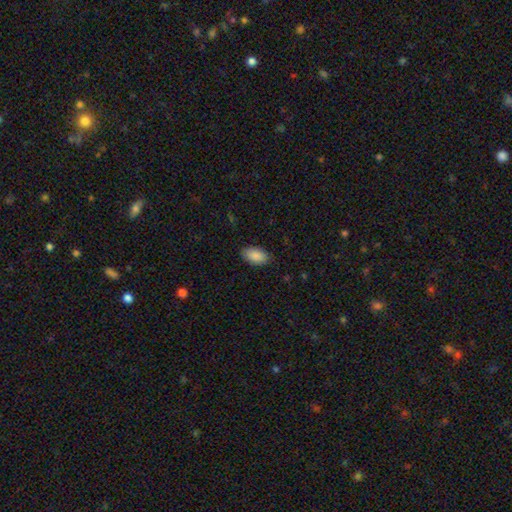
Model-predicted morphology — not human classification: A smooth galaxy with no disk features (90%) that is in between round and cigar-shaped (95%).

Vote fractions:
- Smooth or featured? smooth: 90% / star or artifact: 6% / featured or disk: 4%
- How rounded? in between: 95% / round: 3% / cigar-shaped: 2%
- Merging? none: 87% / minor disturbance: 10% / major disturbance: 2% / merger: 1%